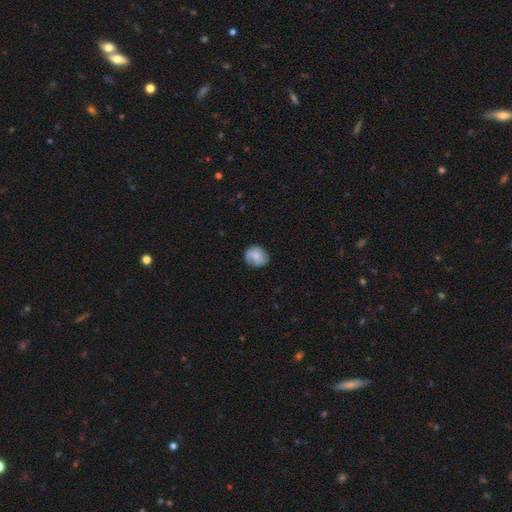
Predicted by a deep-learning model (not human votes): A smooth galaxy with no disk features (60%) that is round (70%). Merging: none (69%).